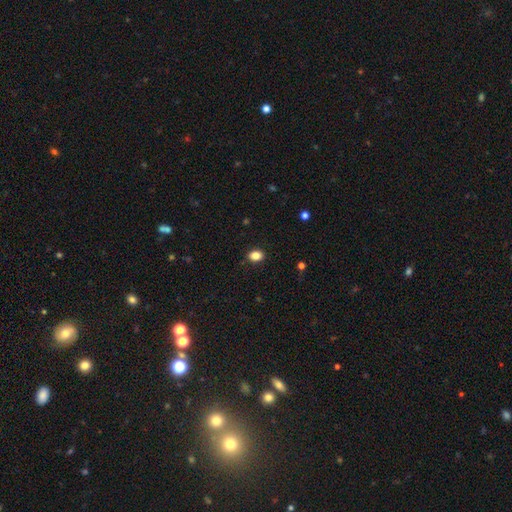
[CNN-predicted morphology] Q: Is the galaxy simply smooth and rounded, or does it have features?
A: smooth — 86%.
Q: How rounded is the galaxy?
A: in between — 70%.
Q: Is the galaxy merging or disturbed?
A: none — 89%.